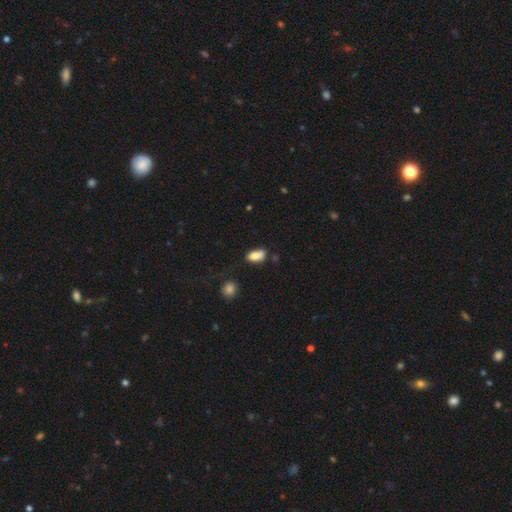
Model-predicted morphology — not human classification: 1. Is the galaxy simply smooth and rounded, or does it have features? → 80% smooth, 11% featured or disk, 9% star or artifact.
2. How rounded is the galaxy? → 88% in between, 7% round, 5% cigar-shaped.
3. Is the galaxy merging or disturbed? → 54% none, 25% minor disturbance, 13% merger, 8% major disturbance.